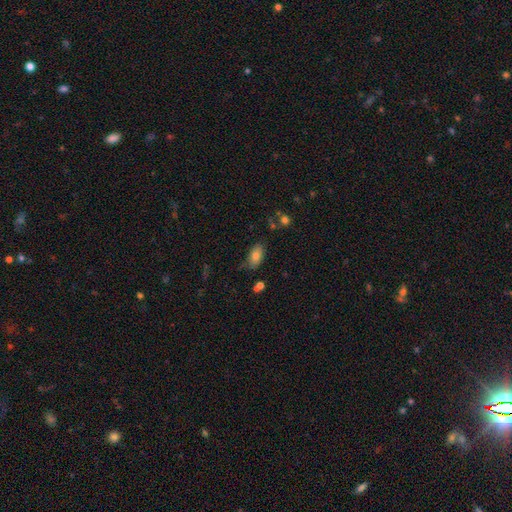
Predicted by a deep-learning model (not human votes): This appears to be a smooth galaxy with no disk features (80%) that is in between round and cigar-shaped (92%). Merging: none (69%).